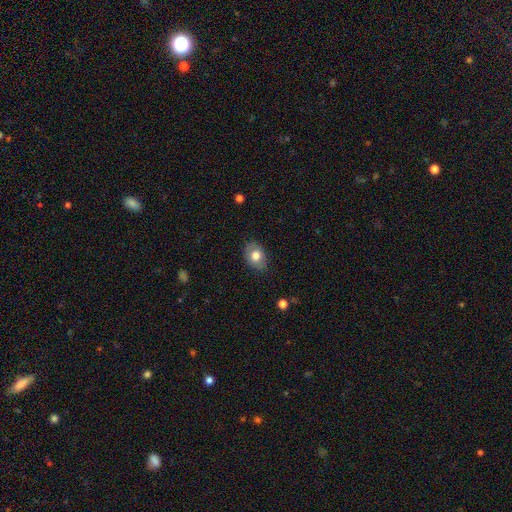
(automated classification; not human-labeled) Q: Smooth or featured?
A: smooth (78%); runner-up: featured or disk (14%)
Q: How rounded?
A: in between (72%); runner-up: round (27%)
Q: Merging?
A: none (81%); runner-up: minor disturbance (15%)